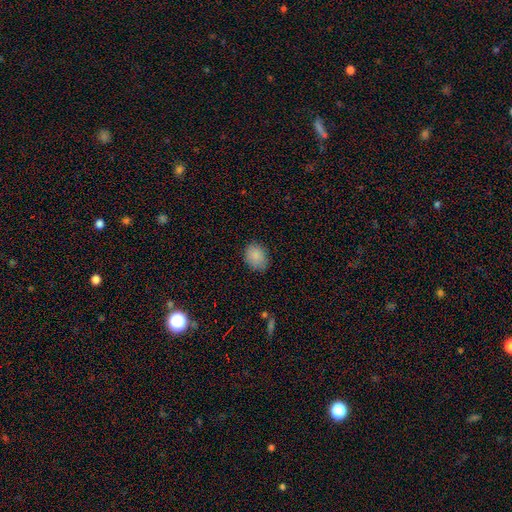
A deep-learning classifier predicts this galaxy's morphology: Q: Smooth or featured?
A: smooth (86%); runner-up: star or artifact (9%)
Q: How rounded?
A: round (54%); runner-up: in between (46%)
Q: Merging?
A: none (81%); runner-up: minor disturbance (15%)